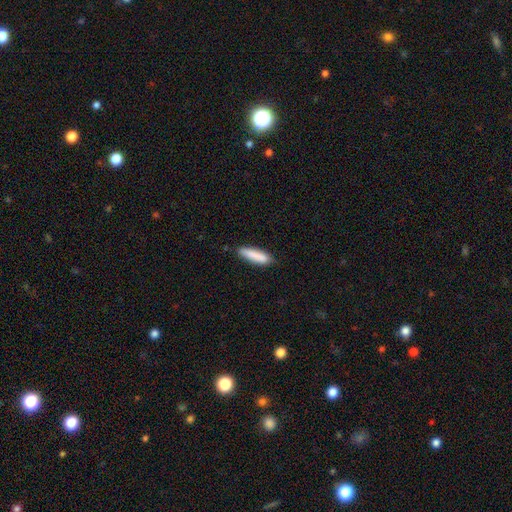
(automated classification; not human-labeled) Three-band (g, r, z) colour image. It shows a smooth galaxy with no disk features (85%) that is cigar-shaped (71%). Merging: none (80%).